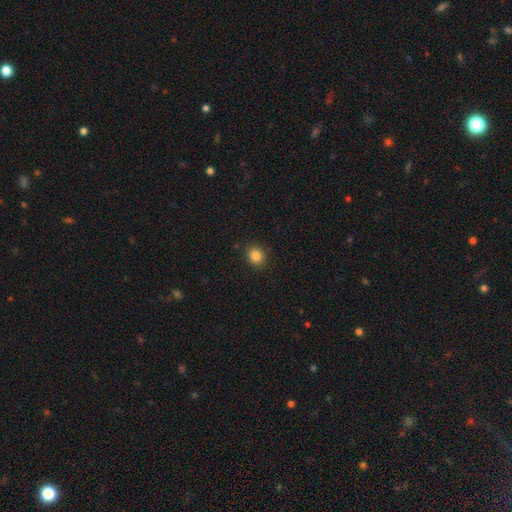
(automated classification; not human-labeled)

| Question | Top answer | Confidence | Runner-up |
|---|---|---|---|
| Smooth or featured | smooth | 84% | star or artifact (11%) |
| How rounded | round | 63% | in between (36%) |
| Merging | none | 89% | minor disturbance (8%) |